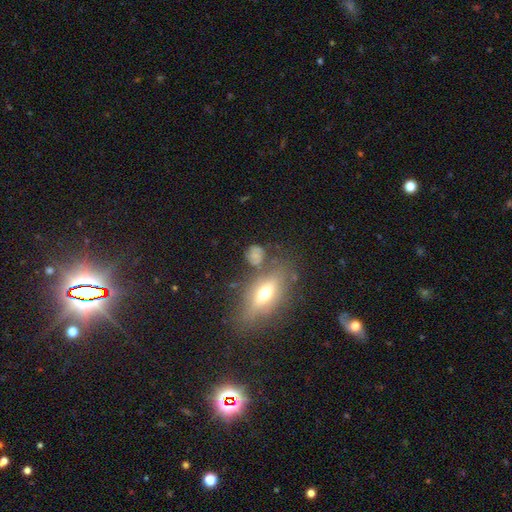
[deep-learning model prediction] Morphology: type=smooth (59%); roundness=round (58%); merging=none (60%).